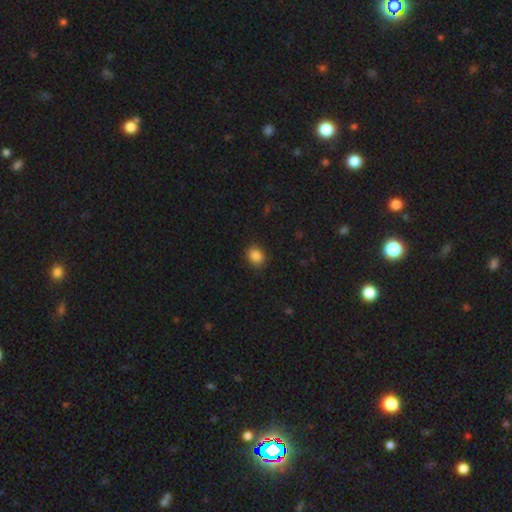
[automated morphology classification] This is clearly a smooth galaxy (87%). How rounded: possibly round (56%). Merging: clearly none (87%).